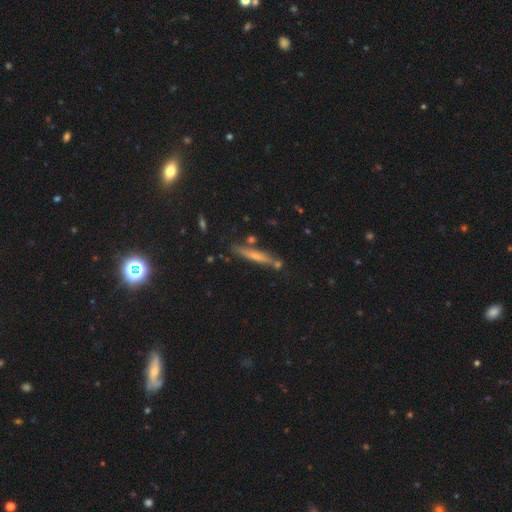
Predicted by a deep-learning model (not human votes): Smooth or featured?
  - smooth: 47% *
  - featured or disk: 45%
  - star or artifact: 8%
Merging?
  - none: 79% *
  - minor disturbance: 12%
  - merger: 6%
  - major disturbance: 3%